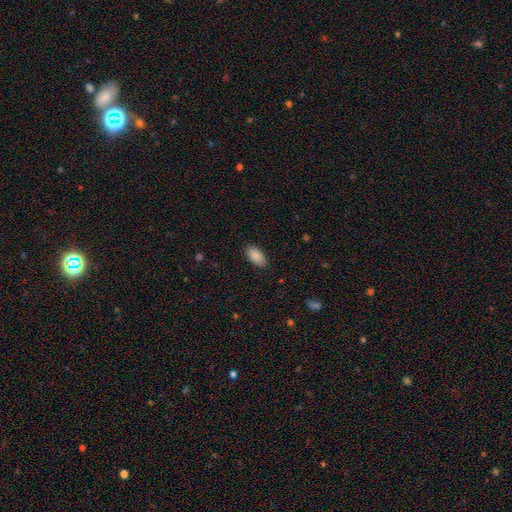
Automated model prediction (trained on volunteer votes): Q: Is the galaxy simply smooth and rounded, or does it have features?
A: smooth — 90%.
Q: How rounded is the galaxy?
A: in between — 94%.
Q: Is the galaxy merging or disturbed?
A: none — 88%.